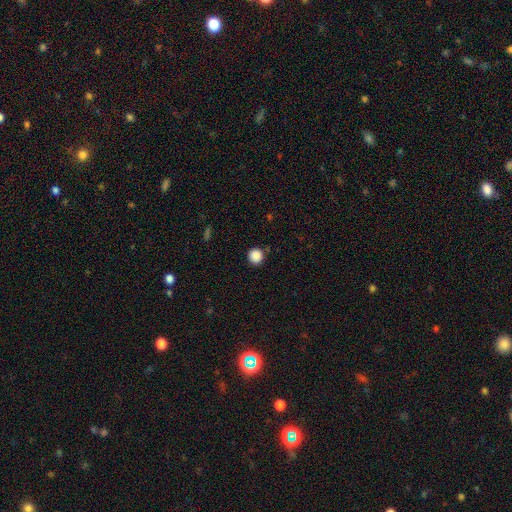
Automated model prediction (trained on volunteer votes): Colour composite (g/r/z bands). It shows a smooth galaxy with no disk features (88%) that is round (94%). Merging: none (90%).